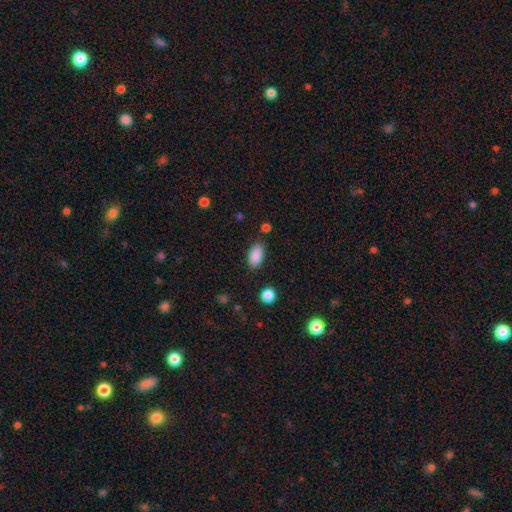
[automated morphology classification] Smooth or featured?
  - smooth: 88% *
  - star or artifact: 8%
  - featured or disk: 4%
How rounded?
  - in between: 92% *
  - cigar-shaped: 4%
  - round: 4%
Merging?
  - none: 82% *
  - minor disturbance: 12%
  - major disturbance: 3%
  - merger: 2%